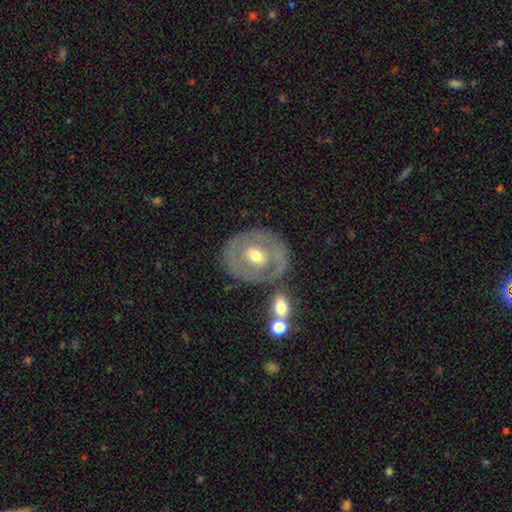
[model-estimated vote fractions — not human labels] Smooth or featured? featured or disk (59%)
Edge-on disk? no (94%)
Bar? no (59%)
Spiral arms? no (74%)
Bulge size? moderate (71%)
Merging? none (72%)